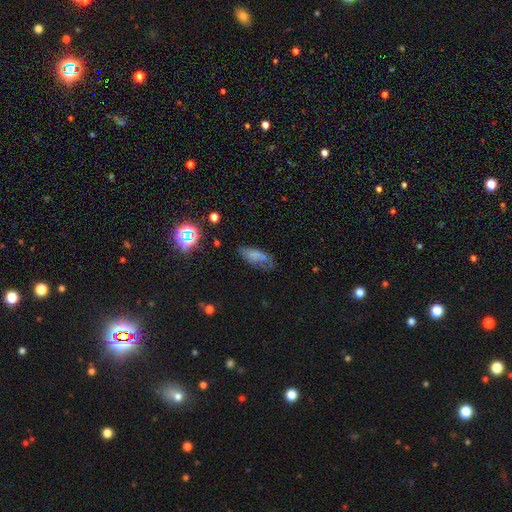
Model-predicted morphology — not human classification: Overall: smooth (64%). How rounded: in between (76%). Merging: none (57%; minor disturbance 28%).